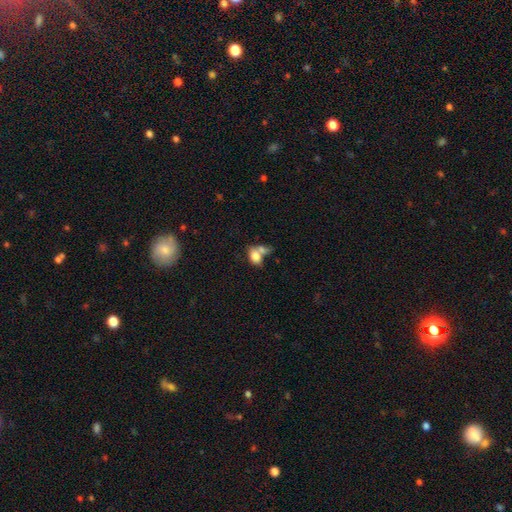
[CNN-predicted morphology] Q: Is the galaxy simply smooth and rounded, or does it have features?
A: smooth — 78%.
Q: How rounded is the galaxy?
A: in between — 82%.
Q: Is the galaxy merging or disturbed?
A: merger — 53%.